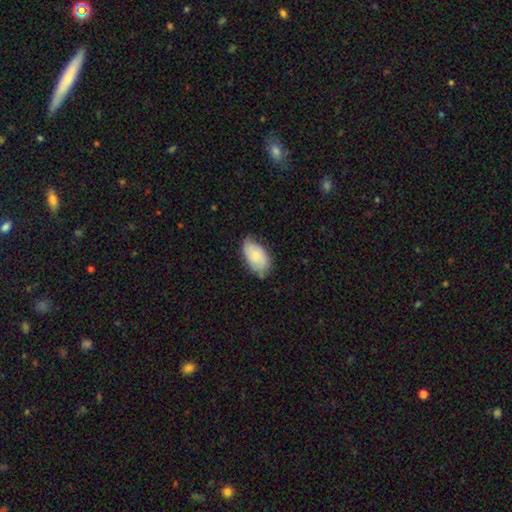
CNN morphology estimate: smooth 69%, featured or disk 25%, star or artifact 6%. Down the decision tree: how rounded — in between (94%); merging — none (61%).